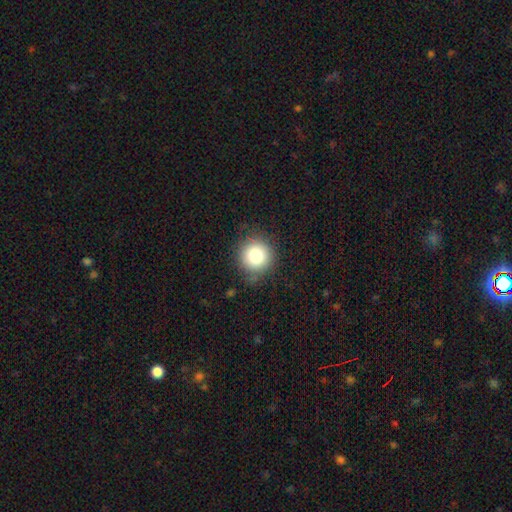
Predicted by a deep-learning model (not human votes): A smooth galaxy with no disk features (81%) that is round (93%). Merging: none (82%).